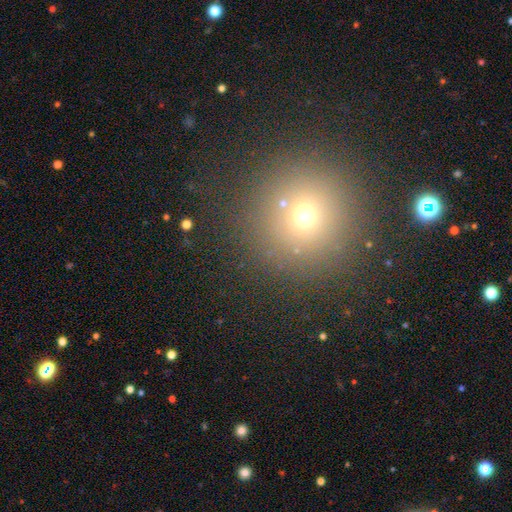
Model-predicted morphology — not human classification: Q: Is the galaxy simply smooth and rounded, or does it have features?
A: smooth — 57%.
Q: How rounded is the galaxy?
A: round — 96%.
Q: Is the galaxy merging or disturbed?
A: none — 87%.